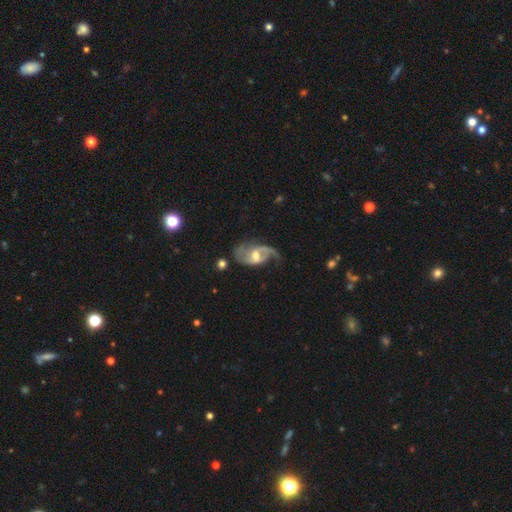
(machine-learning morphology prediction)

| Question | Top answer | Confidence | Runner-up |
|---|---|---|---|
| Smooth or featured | featured or disk | 84% | smooth (11%) |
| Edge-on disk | no | 97% | yes (3%) |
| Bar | weak | 54% | no (25%) |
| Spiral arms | yes | 93% | no (7%) |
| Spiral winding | loose | 48% | medium (40%) |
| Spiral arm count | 2 | 74% | 1 (16%) |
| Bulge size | moderate | 66% | small (21%) |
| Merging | none | 48% | minor disturbance (25%) |